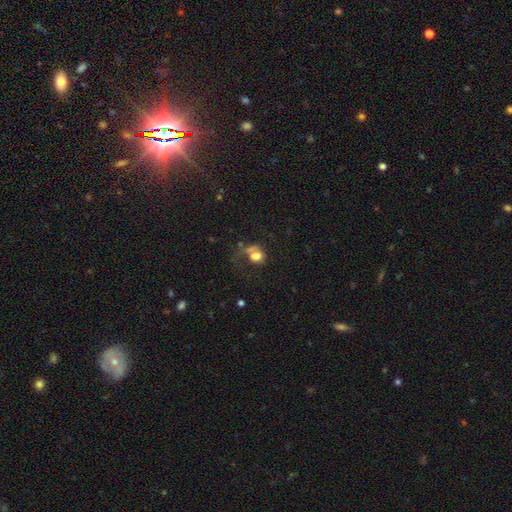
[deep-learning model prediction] The model was most divided on "merging": major disturbance: 37%, none: 28%, merger: 20%, minor disturbance: 15%. More confident: smooth or featured — smooth (66%); how rounded — round (54%).